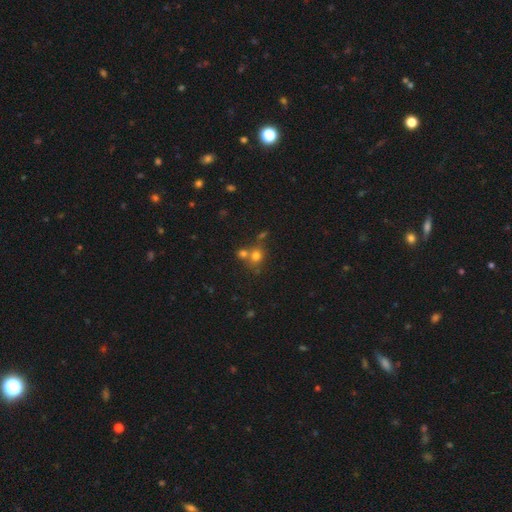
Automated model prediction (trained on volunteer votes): The model was most divided on "merging": none: 49%, merger: 38%, minor disturbance: 9%, major disturbance: 4%. More confident: how rounded — round (77%); smooth or featured — smooth (72%).